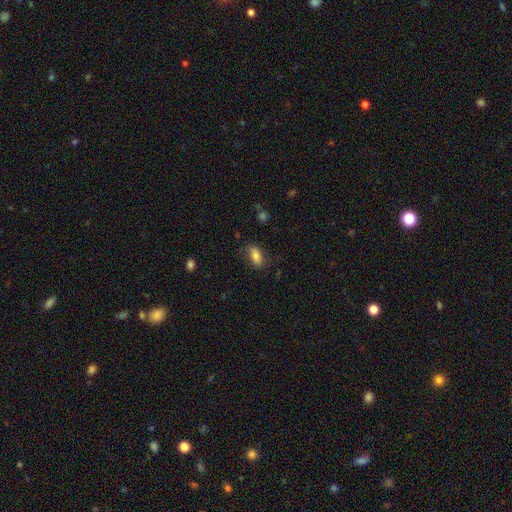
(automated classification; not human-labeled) smooth_or_featured: smooth (p=0.79) [alt: featured or disk p=0.13]
how_rounded: in between (p=0.88) [alt: cigar-shaped p=0.07]
merging: none (p=0.72) [alt: minor disturbance p=0.19]